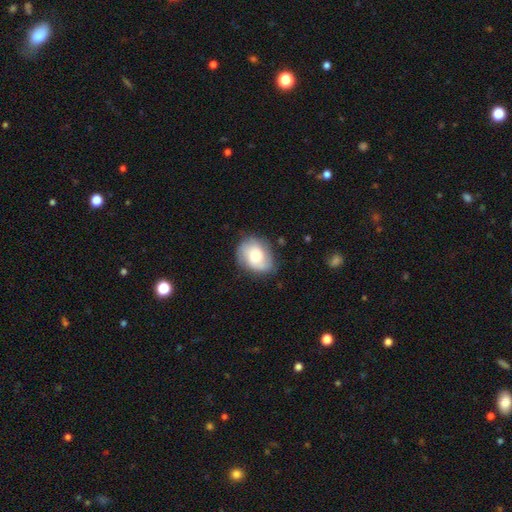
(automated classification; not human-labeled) smooth_or_featured: smooth (p=0.52) [alt: featured or disk p=0.41]
how_rounded: in between (p=0.58) [alt: round p=0.41]
merging: none (p=0.69) [alt: minor disturbance p=0.23]